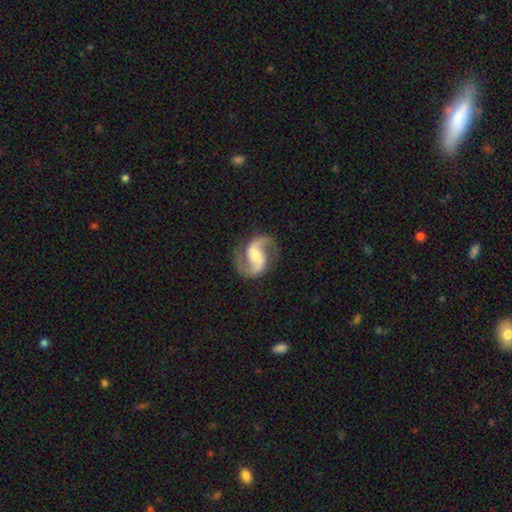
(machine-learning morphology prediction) smooth_or_featured: featured or disk (p=0.92) [alt: smooth p=0.04]
disk_edge_on: no (p=0.98) [alt: yes p=0.02]
bar: weak (p=0.44) [alt: no p=0.31]
has_spiral_arms: yes (p=0.98) [alt: no p=0.02]
spiral_winding: medium (p=0.50) [alt: loose p=0.41]
spiral_arm_count: 2 (p=0.94) [alt: 1 p=0.01]
bulge_size: small (p=0.39) [alt: moderate p=0.37]
merging: none (p=0.83) [alt: minor disturbance p=0.11]